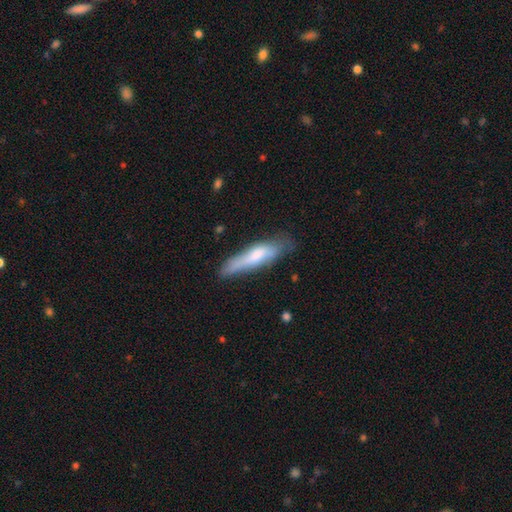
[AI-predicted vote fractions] This appears to be a smooth galaxy with no disk features (65%) that is cigar-shaped (76%). Merging: none (57%).